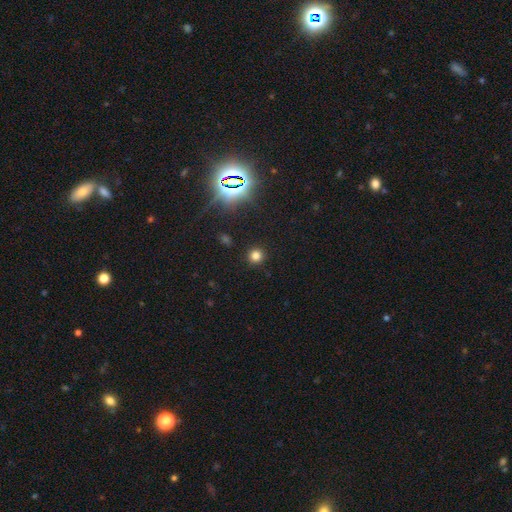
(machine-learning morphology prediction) This appears to be a smooth galaxy with no disk features (76%) that is round (94%). Merging: none (91%).